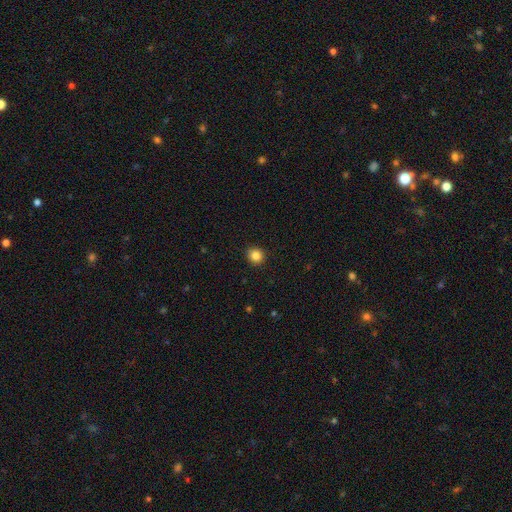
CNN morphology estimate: The model was most divided on "smooth or featured": smooth: 85%, star or artifact: 11%, featured or disk: 4%. More confident: merging — none (92%); how rounded — round (90%).